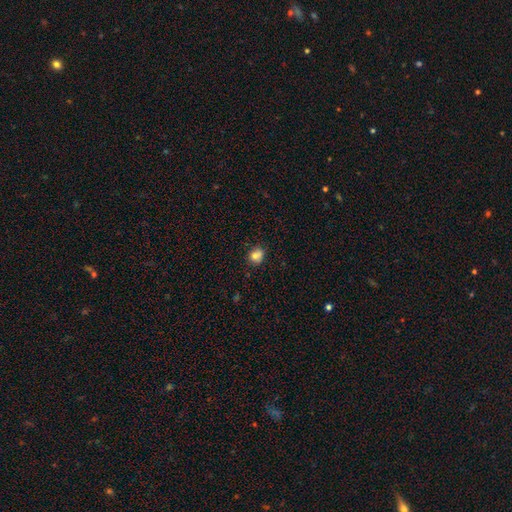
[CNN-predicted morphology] Smooth or featured? smooth (80%)
How rounded? round (72%)
Merging? none (76%)